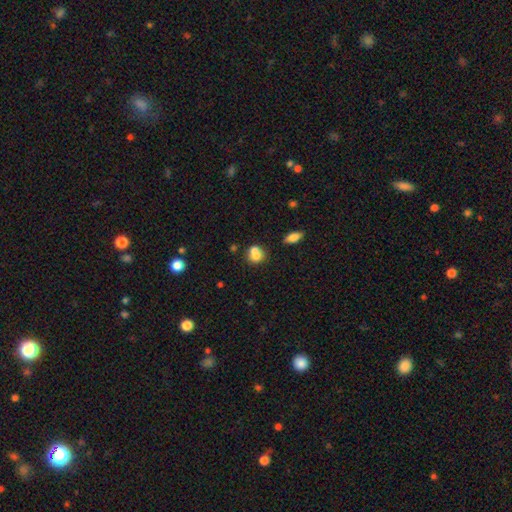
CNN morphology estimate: This is likely a smooth galaxy (73%). How rounded: likely round (66%). Merging: possibly merger (52%).